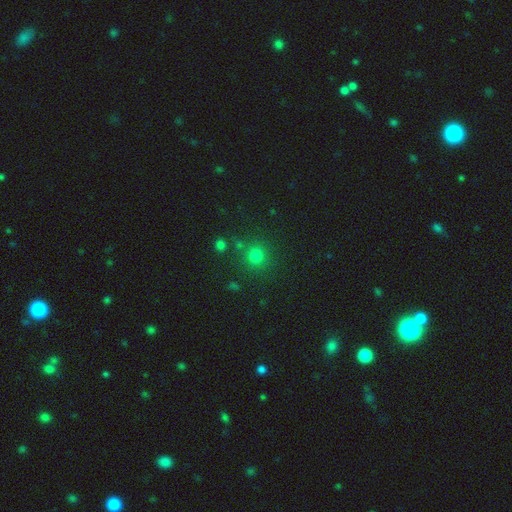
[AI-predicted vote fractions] smooth 75%, star or artifact 19%, featured or disk 6%. Down the decision tree: how rounded — round (92%); merging — none (82%).